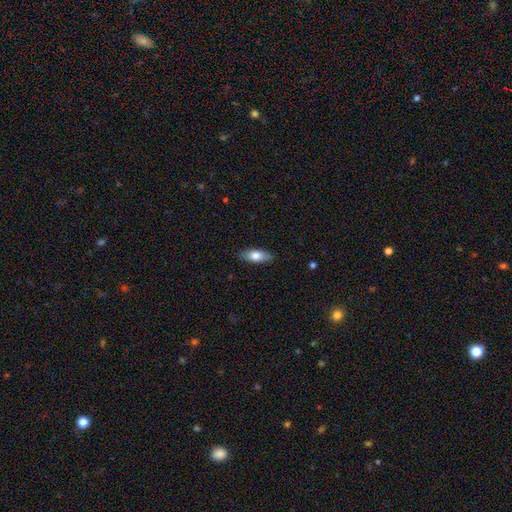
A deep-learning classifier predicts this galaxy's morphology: Smooth or featured? smooth (73%)
How rounded? in between (77%)
Merging? none (86%)